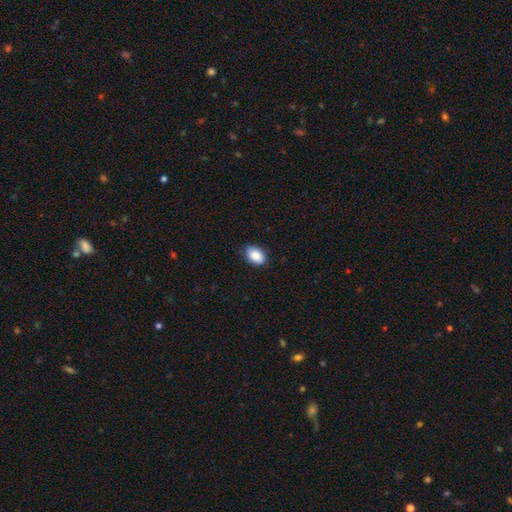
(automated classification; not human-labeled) Smooth or featured: smooth — 87% (star or artifact — 7%)
How rounded: in between — 87% (round — 12%)
Merging: none — 84% (minor disturbance — 12%)